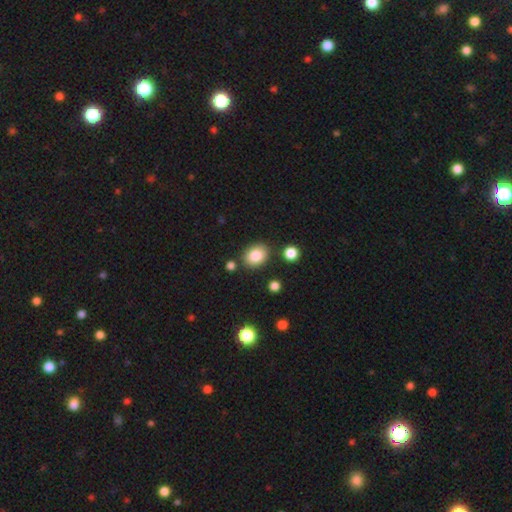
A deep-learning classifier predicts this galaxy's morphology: Smooth or featured? smooth (85%)
How rounded? in between (60%)
Merging? none (80%)